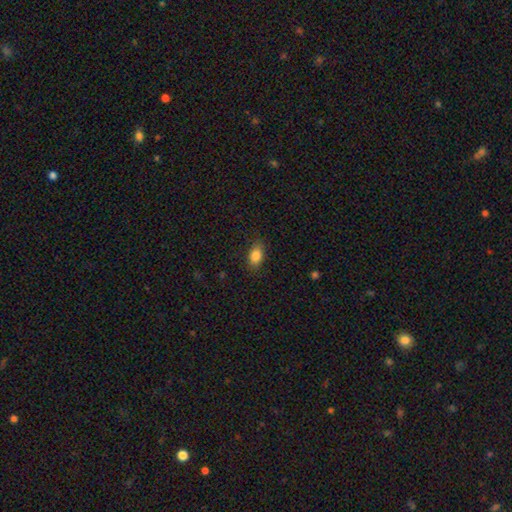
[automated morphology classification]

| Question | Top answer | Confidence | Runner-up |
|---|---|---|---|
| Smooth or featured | smooth | 84% | star or artifact (9%) |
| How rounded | in between | 83% | round (14%) |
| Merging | none | 85% | minor disturbance (11%) |